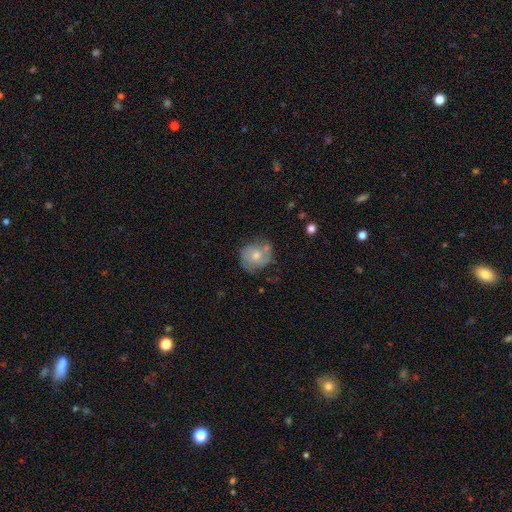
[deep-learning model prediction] This appears to be a smooth galaxy with no disk features (53%) that is round (81%). Merging: none (55%).